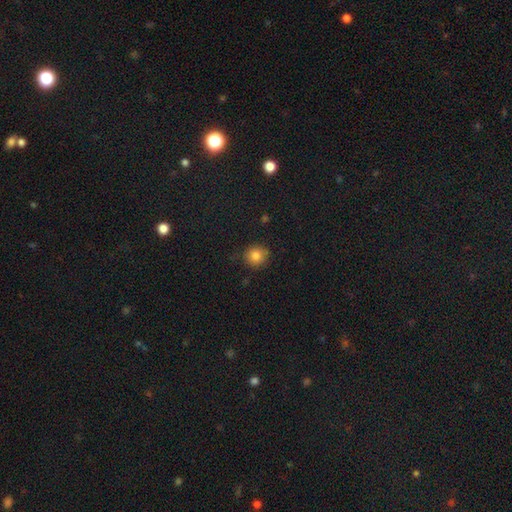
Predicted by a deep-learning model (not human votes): smooth 82%, star or artifact 12%, featured or disk 7%. Down the decision tree: how rounded — round (88%); merging — none (84%).